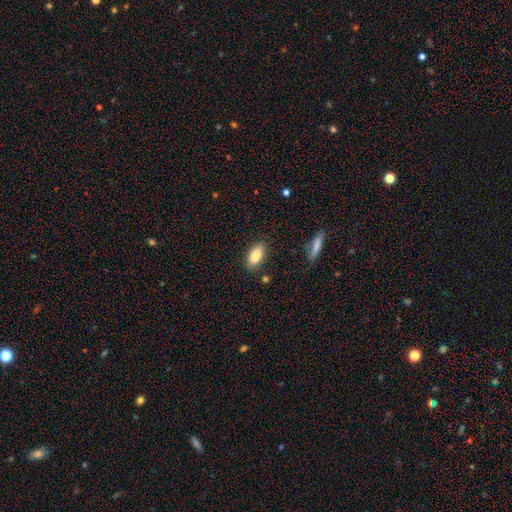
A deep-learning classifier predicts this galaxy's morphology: This appears to be a smooth galaxy with no disk features (86%) that is in between round and cigar-shaped (88%). Merging: none (84%).